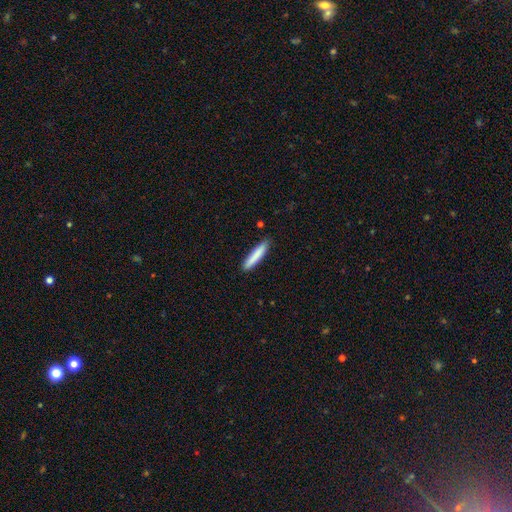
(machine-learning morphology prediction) A smooth galaxy with no disk features (83%) that is cigar-shaped (92%). Merging: none (88%).